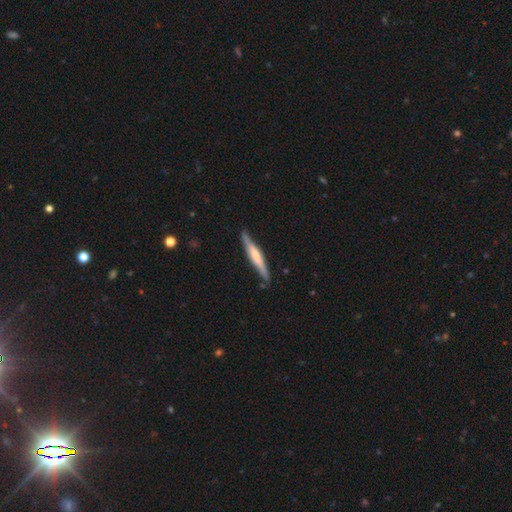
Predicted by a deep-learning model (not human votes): featured or disk 51%, smooth 44%, star or artifact 5%. Down the decision tree: edge-on disk — yes (94%); merging — none (83%).